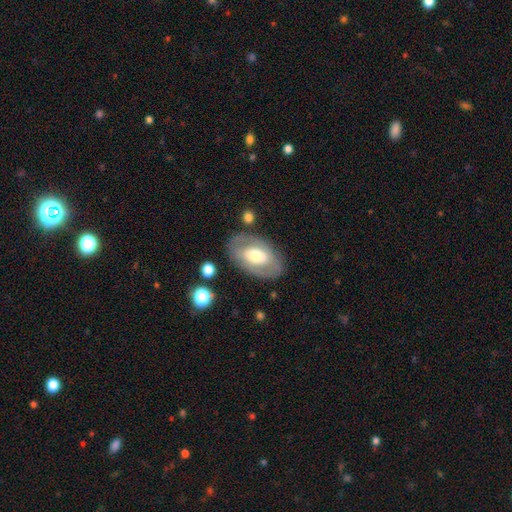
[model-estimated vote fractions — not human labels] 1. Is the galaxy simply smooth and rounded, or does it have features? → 56% featured or disk, 38% smooth, 6% star or artifact.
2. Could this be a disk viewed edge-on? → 91% no, 9% yes.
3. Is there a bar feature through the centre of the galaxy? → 55% no, 29% weak, 15% strong.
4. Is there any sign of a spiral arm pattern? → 64% no, 36% yes.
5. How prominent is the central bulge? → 61% moderate, 21% large, 15% small, 2% dominant, 1% none.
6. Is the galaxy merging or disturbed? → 78% none, 14% minor disturbance, 5% major disturbance, 2% merger.